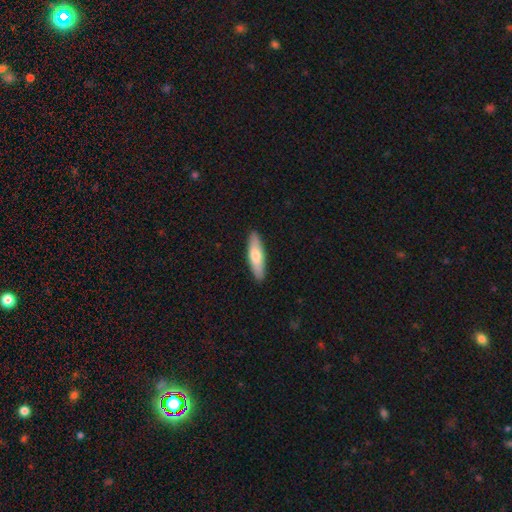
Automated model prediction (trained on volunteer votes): The model was most divided on "how rounded": cigar-shaped: 65%, in between: 33%, round: 2%. More confident: merging — none (91%); smooth or featured — smooth (69%).